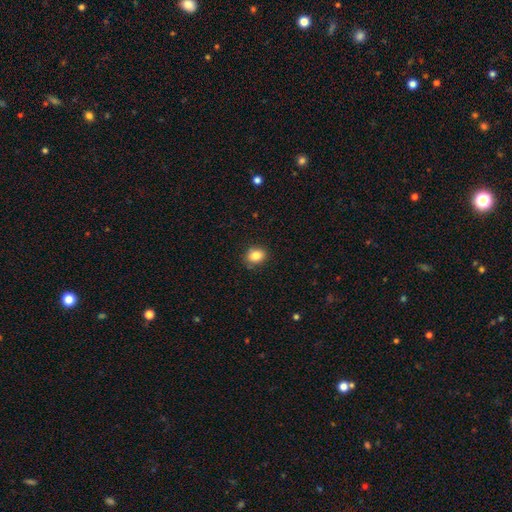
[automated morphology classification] Overall: smooth (84%). How rounded: round (55%; in between 44%). Merging: none (84%).